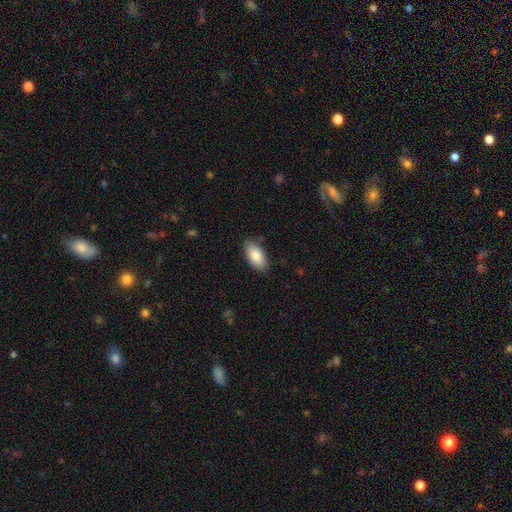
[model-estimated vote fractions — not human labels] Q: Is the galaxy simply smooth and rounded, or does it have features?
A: smooth — 83%.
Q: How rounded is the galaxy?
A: in between — 91%.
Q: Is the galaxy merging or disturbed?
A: none — 84%.